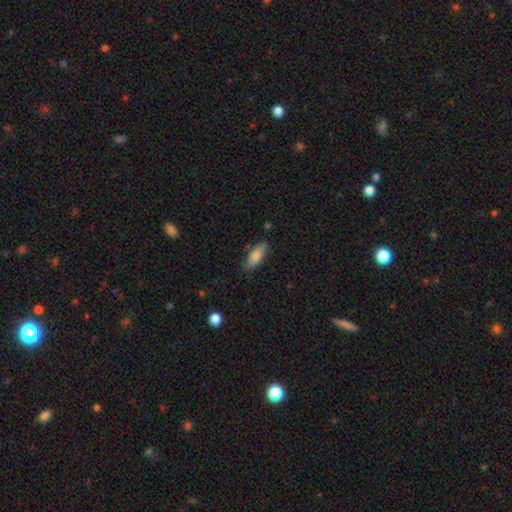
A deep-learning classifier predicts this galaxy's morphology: smooth 76%, featured or disk 17%, star or artifact 7%. Down the decision tree: how rounded — in between (62%); merging — none (78%).